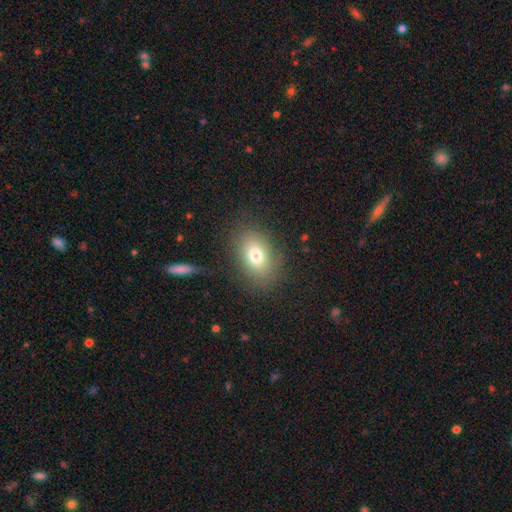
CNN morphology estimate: Smooth or featured: smooth — 75% (featured or disk — 14%)
How rounded: in between — 78% (round — 21%)
Merging: none — 79% (minor disturbance — 13%)